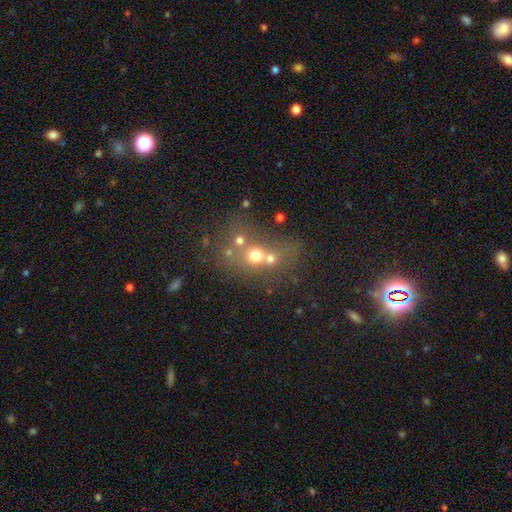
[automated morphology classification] Q: Smooth or featured?
A: smooth (58%); runner-up: star or artifact (21%)
Q: How rounded?
A: round (70%); runner-up: in between (28%)
Q: Merging?
A: merger (43%); runner-up: none (42%)